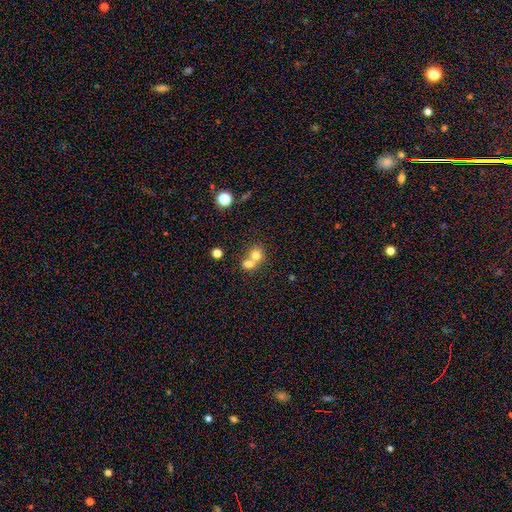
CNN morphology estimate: Smooth or featured? Predicted: smooth (p=0.74). How rounded? Predicted: round (p=0.73). Merging? Predicted: merger (p=0.63).